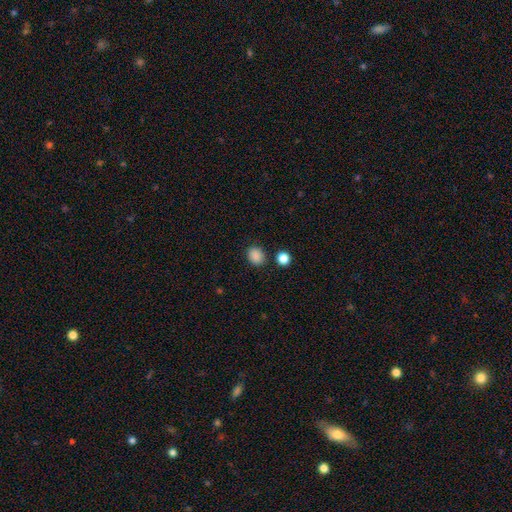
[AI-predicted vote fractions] smooth_or_featured: smooth (p=0.87) [alt: star or artifact p=0.10]
how_rounded: round (p=0.55) [alt: in between p=0.44]
merging: none (p=0.84) [alt: minor disturbance p=0.09]